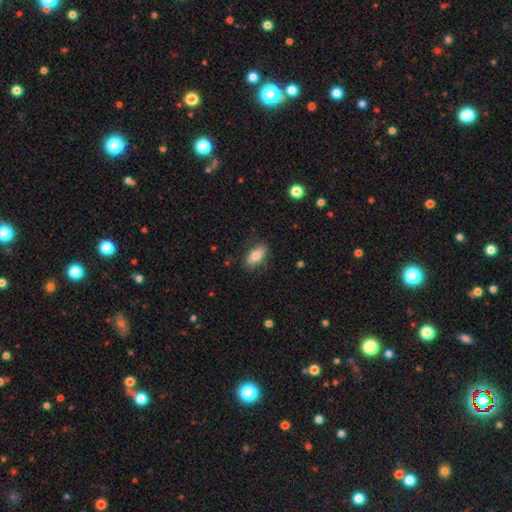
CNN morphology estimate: Smooth or featured? smooth (77%)
How rounded? in between (90%)
Merging? none (83%)